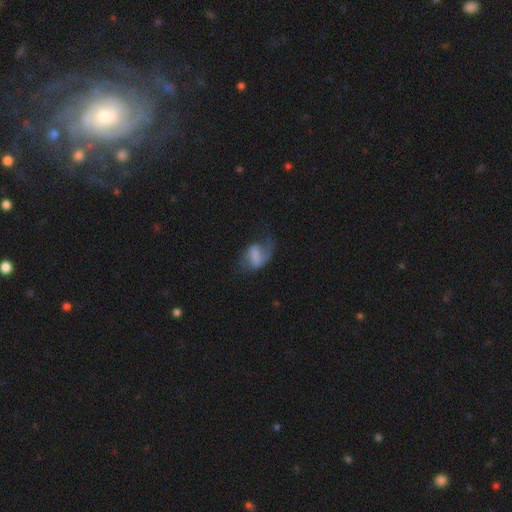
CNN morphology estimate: smooth_or_featured: featured or disk (p=0.56) [alt: smooth p=0.35]
disk_edge_on: no (p=0.97) [alt: yes p=0.03]
bar: weak (p=0.42) [alt: strong p=0.29]
has_spiral_arms: yes (p=0.83) [alt: no p=0.17]
bulge_size: none (p=0.54) [alt: small p=0.17]
merging: none (p=0.43) [alt: major disturbance p=0.31]